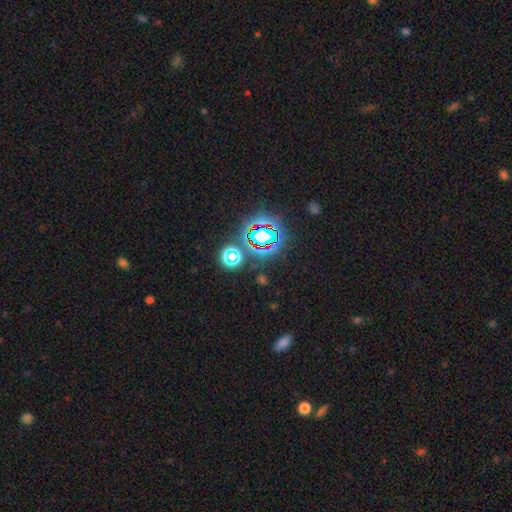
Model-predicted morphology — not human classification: The model was most divided on "smooth or featured": star or artifact: 72%, smooth: 18%, featured or disk: 9%.